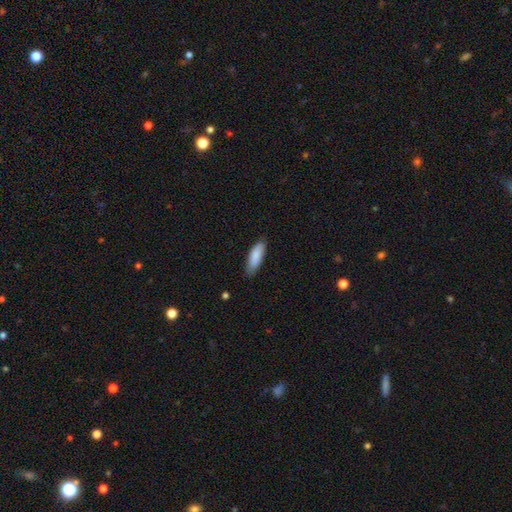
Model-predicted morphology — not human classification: Smooth or featured? smooth (87%)
How rounded? in between (56%)
Merging? none (81%)